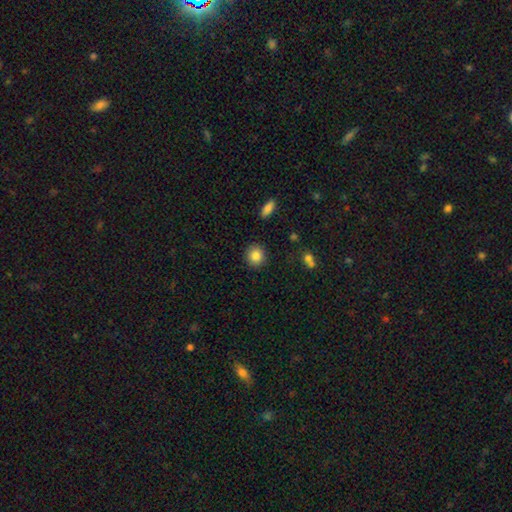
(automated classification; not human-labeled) Morphology: type=smooth (84%); roundness=round (87%); merging=none (90%).